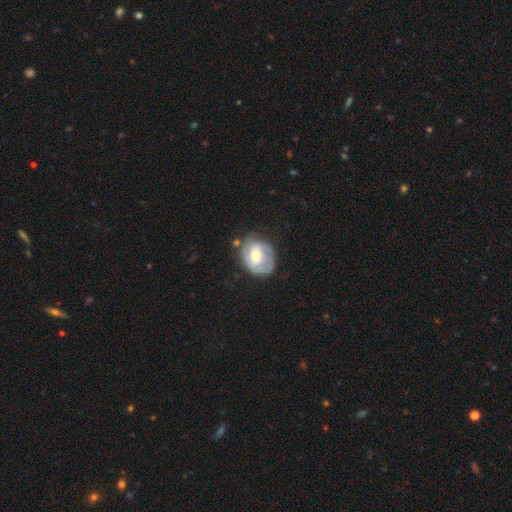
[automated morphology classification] smooth_or_featured: featured or disk (p=0.58) [alt: smooth p=0.36]
disk_edge_on: no (p=0.96) [alt: yes p=0.04]
bar: no (p=0.56) [alt: weak p=0.35]
has_spiral_arms: yes (p=0.66) [alt: no p=0.34]
bulge_size: moderate (p=0.59) [alt: small p=0.35]
merging: none (p=0.56) [alt: minor disturbance p=0.27]